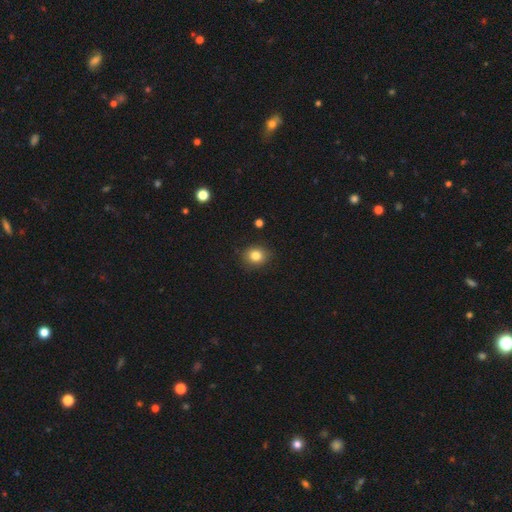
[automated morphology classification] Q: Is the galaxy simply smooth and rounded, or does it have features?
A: smooth — 82%.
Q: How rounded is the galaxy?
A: round — 72%.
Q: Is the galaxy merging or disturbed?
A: none — 86%.